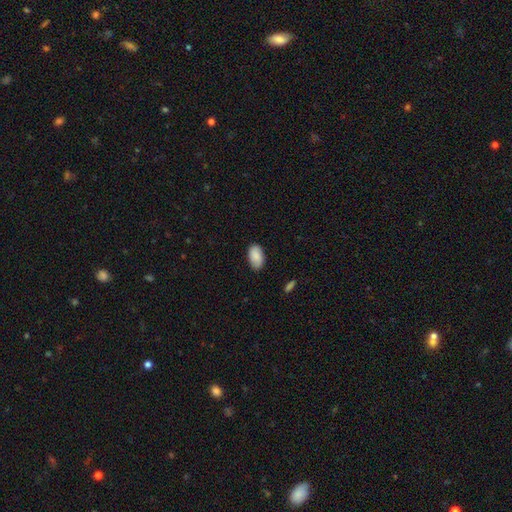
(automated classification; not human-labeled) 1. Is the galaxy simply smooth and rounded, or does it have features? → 87% smooth, 7% featured or disk, 6% star or artifact.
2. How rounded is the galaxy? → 94% in between, 4% round, 2% cigar-shaped.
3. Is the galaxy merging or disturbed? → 84% none, 13% minor disturbance, 2% major disturbance, 1% merger.